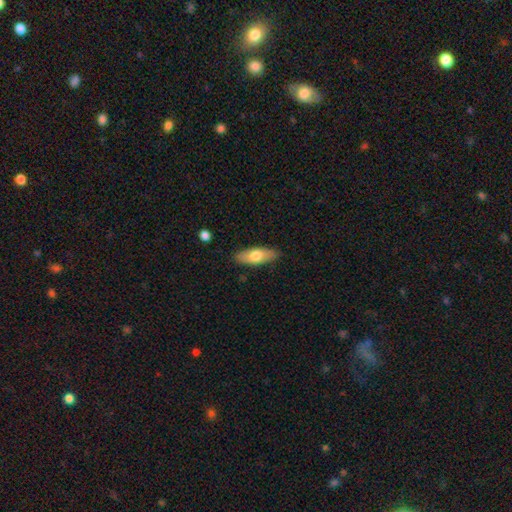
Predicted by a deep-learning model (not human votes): Smooth or featured? smooth (69%)
How rounded? in between (72%)
Merging? none (86%)